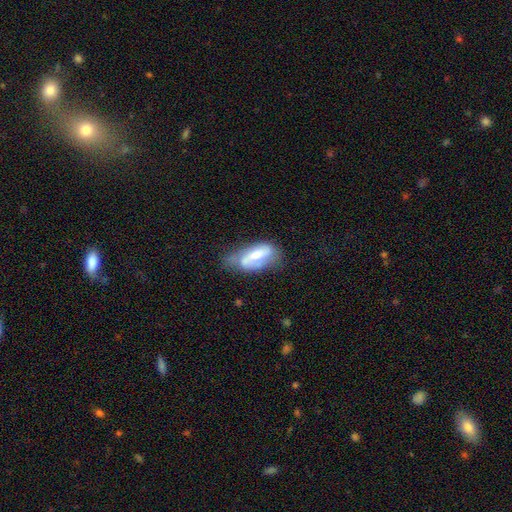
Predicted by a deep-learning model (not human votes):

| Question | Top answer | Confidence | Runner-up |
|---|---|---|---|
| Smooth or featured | featured or disk | 54% | smooth (39%) |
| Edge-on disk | no | 89% | yes (11%) |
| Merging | none | 41% | minor disturbance (36%) |